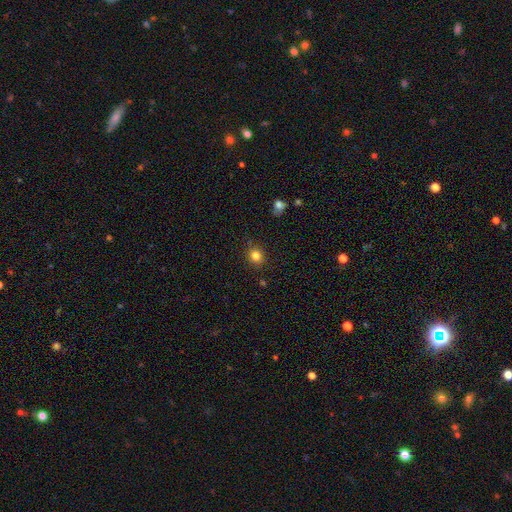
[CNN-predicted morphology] type=smooth (82%); roundness=round (78%); merging=none (85%).